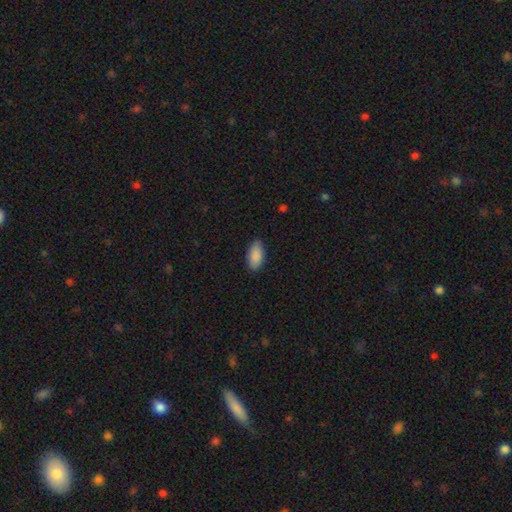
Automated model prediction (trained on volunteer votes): Morphology: type=smooth (89%); roundness=in between (94%); merging=none (81%).